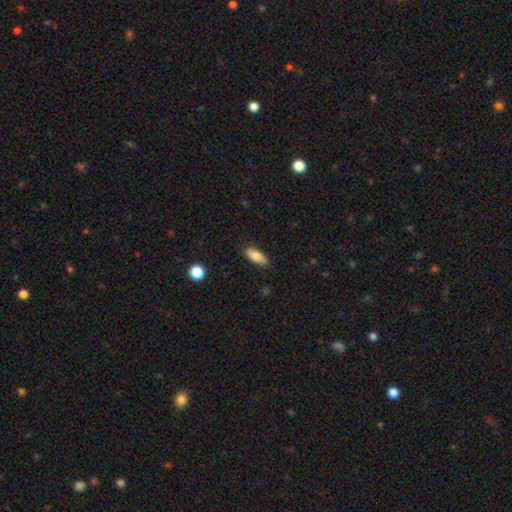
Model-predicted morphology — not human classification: A smooth galaxy with no disk features (79%) that is in between round and cigar-shaped (80%). Merging: none (84%).